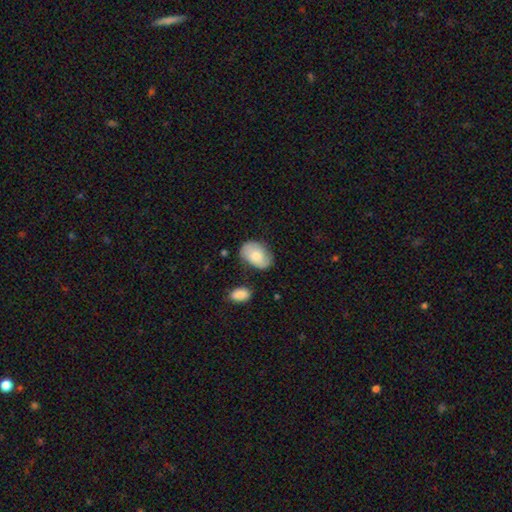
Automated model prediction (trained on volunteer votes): smooth 70%, featured or disk 24%, star or artifact 6%. Down the decision tree: how rounded — in between (87%); merging — none (68%).